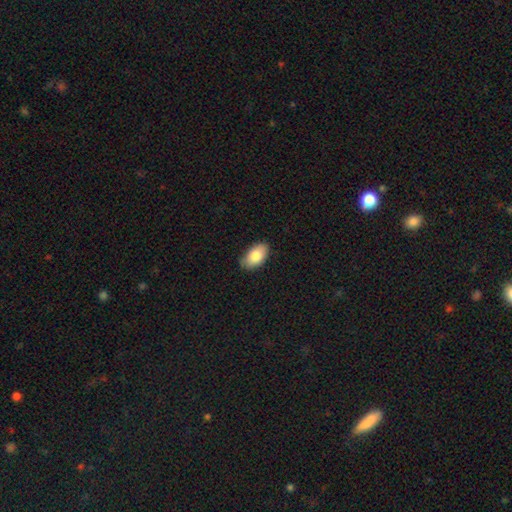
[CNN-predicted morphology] smooth-or-featured: smooth: 83% | featured or disk: 11% | star or artifact: 6%
  how-rounded: in between: 94% | round: 5% | cigar-shaped: 2%
  merging: none: 82% | minor disturbance: 15% | major disturbance: 2% | merger: 1%